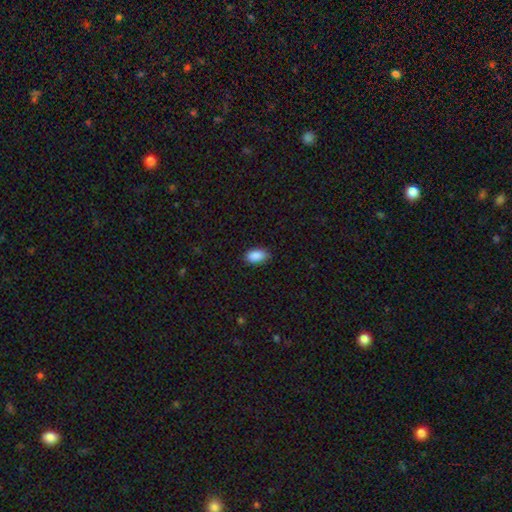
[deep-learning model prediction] smooth-or-featured: smooth: 90% | star or artifact: 7% | featured or disk: 3%
  how-rounded: in between: 93% | round: 5% | cigar-shaped: 2%
  merging: none: 84% | minor disturbance: 13% | major disturbance: 2% | merger: 1%